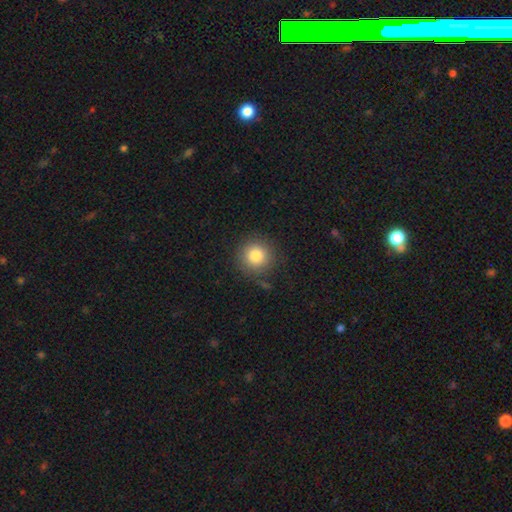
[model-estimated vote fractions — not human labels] smooth_or_featured: smooth (p=0.81) [alt: star or artifact p=0.10]
how_rounded: round (p=0.94) [alt: in between p=0.05]
merging: none (p=0.85) [alt: minor disturbance p=0.09]